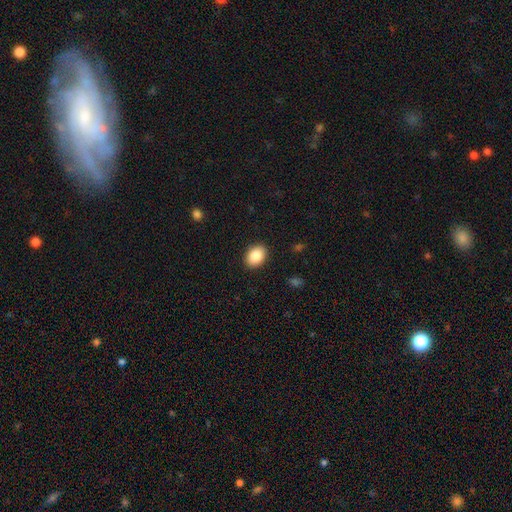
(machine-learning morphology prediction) Smooth or featured: smooth — 87% (star or artifact — 7%)
How rounded: in between — 74% (round — 25%)
Merging: none — 90% (minor disturbance — 7%)